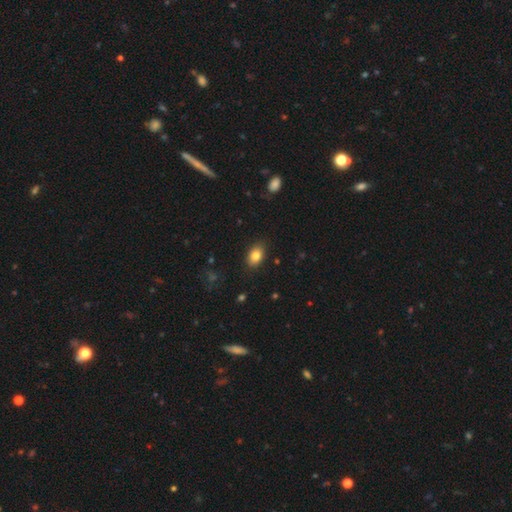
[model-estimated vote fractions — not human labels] The model was most divided on "how rounded": in between: 85%, round: 13%, cigar-shaped: 1%. More confident: merging — none (86%); smooth or featured — smooth (83%).